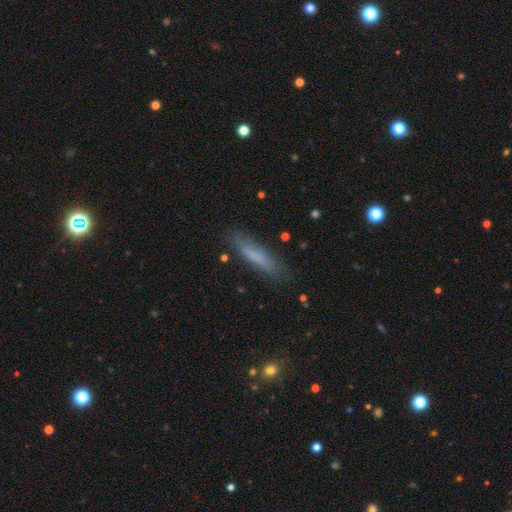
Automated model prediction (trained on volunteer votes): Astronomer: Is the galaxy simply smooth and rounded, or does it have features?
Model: smooth — 70%.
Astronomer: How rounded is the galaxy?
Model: cigar-shaped — 81%.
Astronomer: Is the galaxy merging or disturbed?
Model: none — 80%.